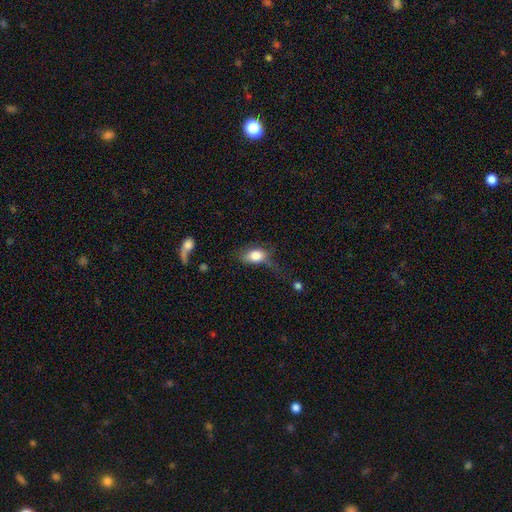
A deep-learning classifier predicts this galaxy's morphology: This appears to be a smooth galaxy with no disk features (79%) that is in between round and cigar-shaped (84%). Merging: none (39%).